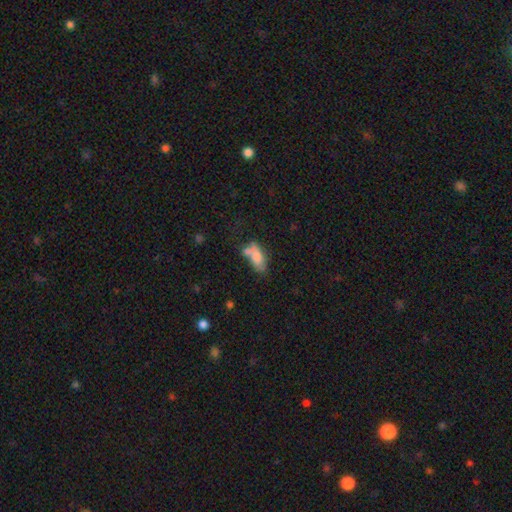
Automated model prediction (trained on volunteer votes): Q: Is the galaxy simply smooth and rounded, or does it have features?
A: smooth — 72%.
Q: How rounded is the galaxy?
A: in between — 84%.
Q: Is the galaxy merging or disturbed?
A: none — 36%.